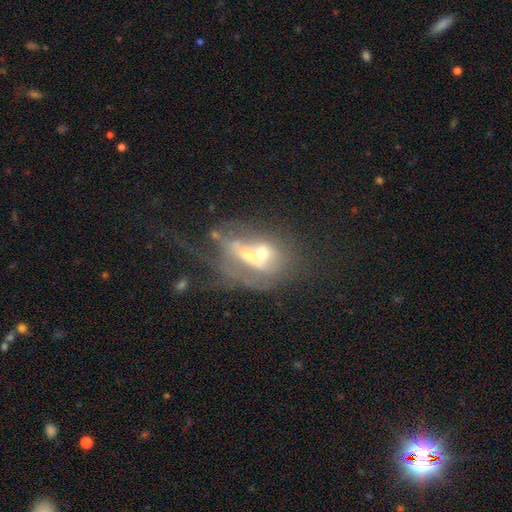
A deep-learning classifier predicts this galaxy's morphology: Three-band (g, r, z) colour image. It shows a featured or disk galaxy (60%) with no bar (78%), no spiral arms (80%) and a moderate central bulge (54%). Merging: merger (60%).